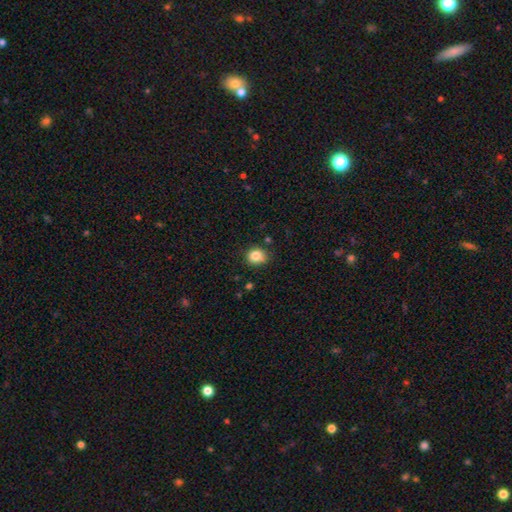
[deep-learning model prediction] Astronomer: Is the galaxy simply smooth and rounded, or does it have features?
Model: smooth — 84%.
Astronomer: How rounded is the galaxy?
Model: round — 72%.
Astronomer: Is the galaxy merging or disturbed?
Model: none — 78%.